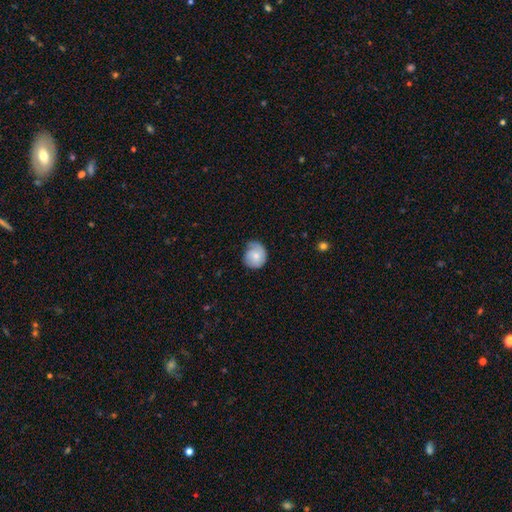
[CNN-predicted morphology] smooth-or-featured: smooth: 60% | featured or disk: 33% | star or artifact: 6%
  how-rounded: round: 78% | in between: 21% | cigar-shaped: 1%
  merging: none: 52% | minor disturbance: 35% | major disturbance: 12% | merger: 1%